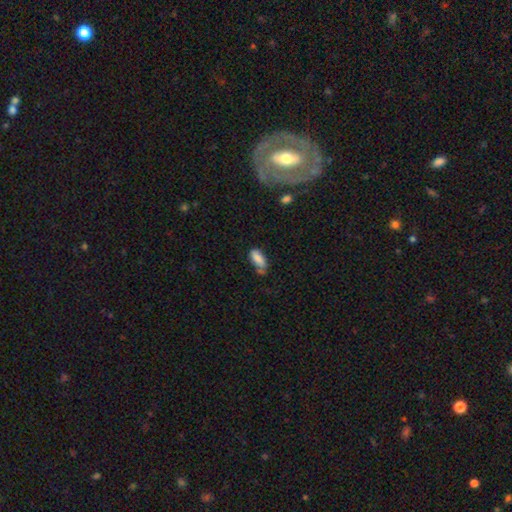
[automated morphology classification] A smooth galaxy with no disk features (77%) that is in between round and cigar-shaped (82%). Merging: none (48%).